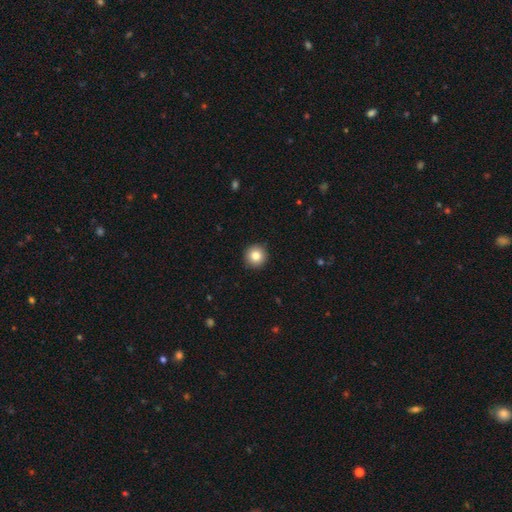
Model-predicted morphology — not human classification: Overall: smooth (83%). How rounded: round (95%). Merging: none (92%).